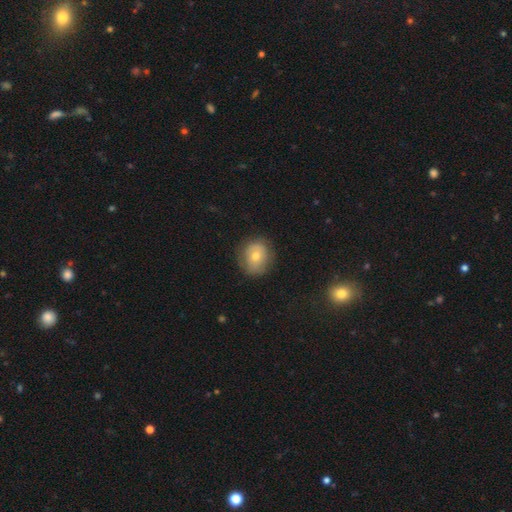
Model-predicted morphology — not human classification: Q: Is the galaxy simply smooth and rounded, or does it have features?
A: smooth — 61%.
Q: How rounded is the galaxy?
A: round — 77%.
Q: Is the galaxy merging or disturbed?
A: none — 80%.